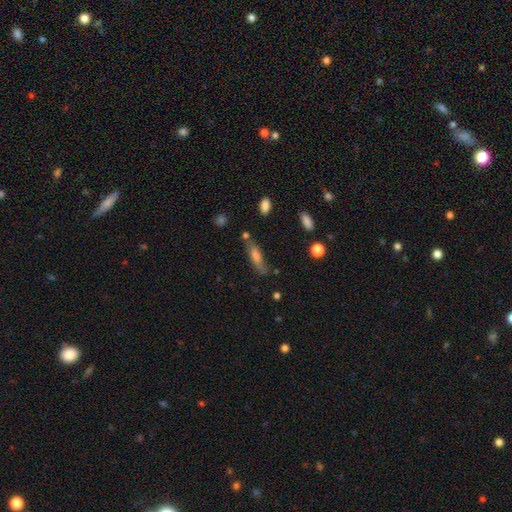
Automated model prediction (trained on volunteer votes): smooth-or-featured: smooth: 60% | featured or disk: 29% | star or artifact: 11%
  how-rounded: cigar-shaped: 64% | in between: 33% | round: 3%
  merging: none: 64% | minor disturbance: 22% | major disturbance: 8% | merger: 6%